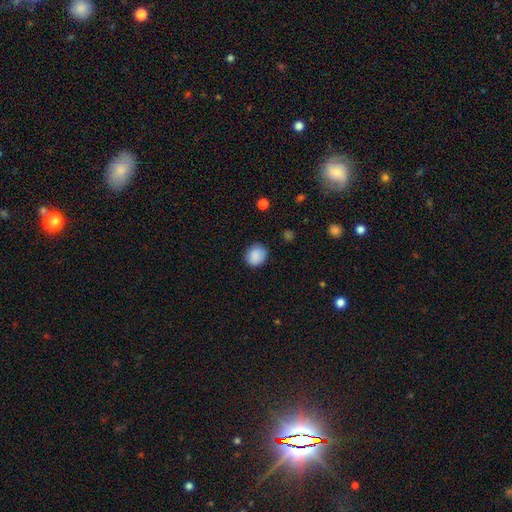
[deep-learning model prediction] smooth-or-featured: smooth: 88% | star or artifact: 8% | featured or disk: 4%
  how-rounded: round: 75% | in between: 24% | cigar-shaped: 1%
  merging: none: 84% | minor disturbance: 12% | major disturbance: 3% | merger: 1%